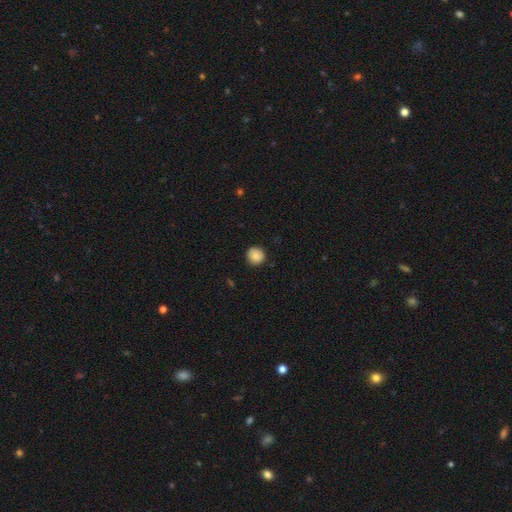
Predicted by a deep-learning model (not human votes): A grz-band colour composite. It shows a smooth galaxy with no disk features (86%) that is round (93%). Merging: none (88%).